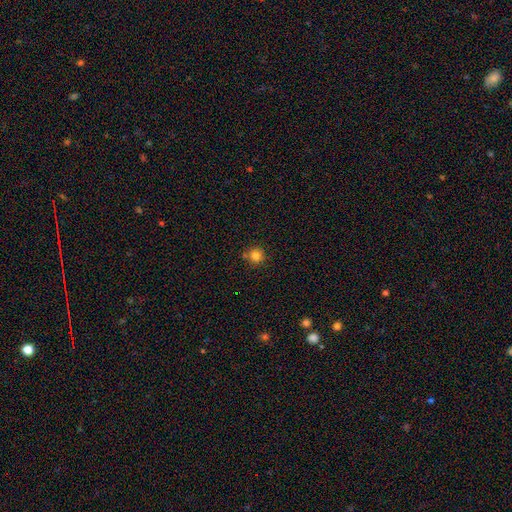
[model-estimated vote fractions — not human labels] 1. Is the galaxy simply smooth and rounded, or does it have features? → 82% smooth, 12% star or artifact, 5% featured or disk.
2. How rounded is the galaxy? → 94% round, 5% in between, 1% cigar-shaped.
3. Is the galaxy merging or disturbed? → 79% none, 10% minor disturbance, 8% merger, 3% major disturbance.